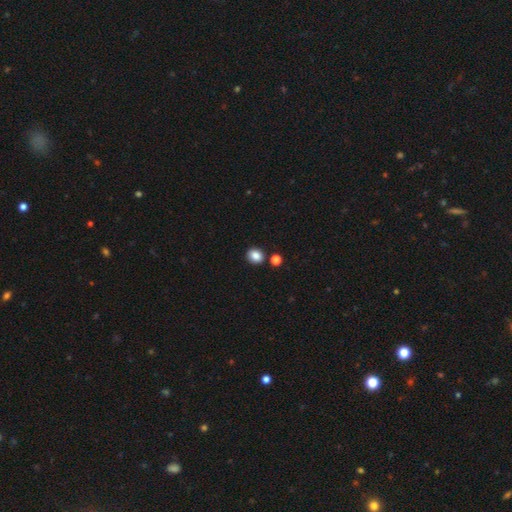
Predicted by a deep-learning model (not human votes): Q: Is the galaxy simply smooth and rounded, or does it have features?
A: smooth — 85%.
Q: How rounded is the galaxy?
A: round — 67%.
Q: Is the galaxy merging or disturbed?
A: none — 84%.